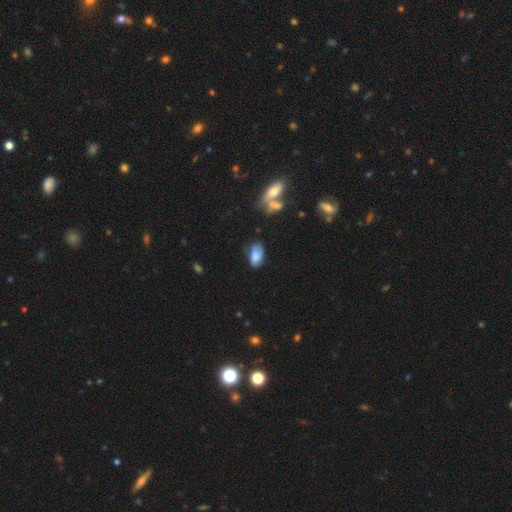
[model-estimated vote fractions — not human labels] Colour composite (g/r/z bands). It shows a smooth galaxy with no disk features (81%) that is in between round and cigar-shaped (93%). Merging: none (60%).